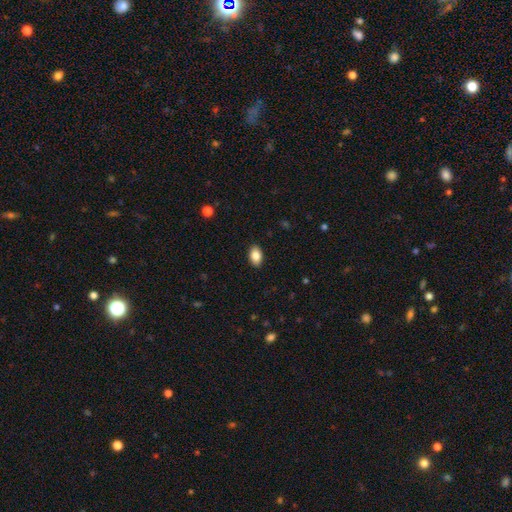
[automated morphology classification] A smooth galaxy with no disk features (86%) that is in between round and cigar-shaped (90%). Merging: none (90%).